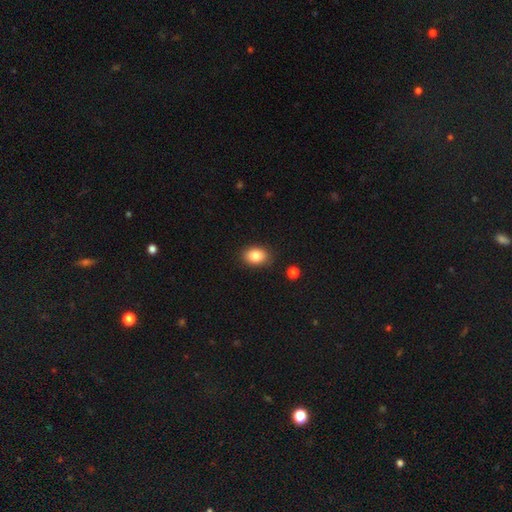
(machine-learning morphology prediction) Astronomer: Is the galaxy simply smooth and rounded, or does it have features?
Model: smooth — 85%.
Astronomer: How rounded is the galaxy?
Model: in between — 74%.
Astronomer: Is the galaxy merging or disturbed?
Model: none — 87%.